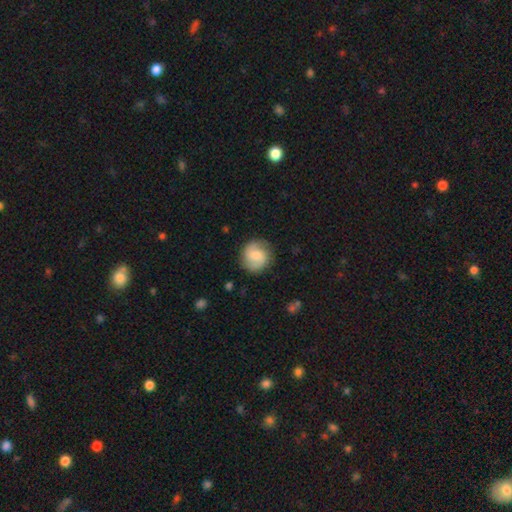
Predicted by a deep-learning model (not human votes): A featured or disk galaxy (52%) with no bar (47%), spiral arms (91%) and a small central bulge (43%, tied with moderate). Merging: none (83%).